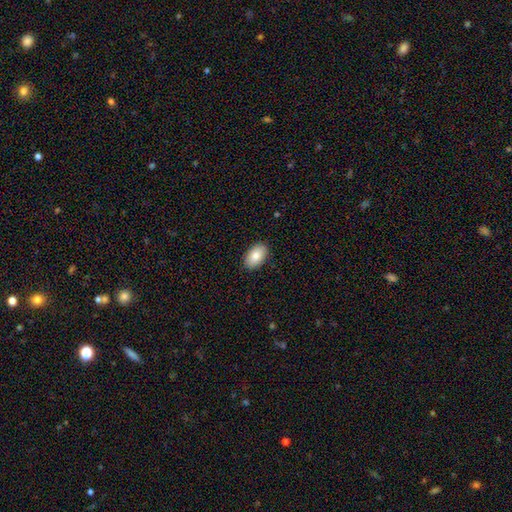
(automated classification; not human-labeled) Morphology: type=smooth (84%); roundness=in between (93%); merging=none (89%).